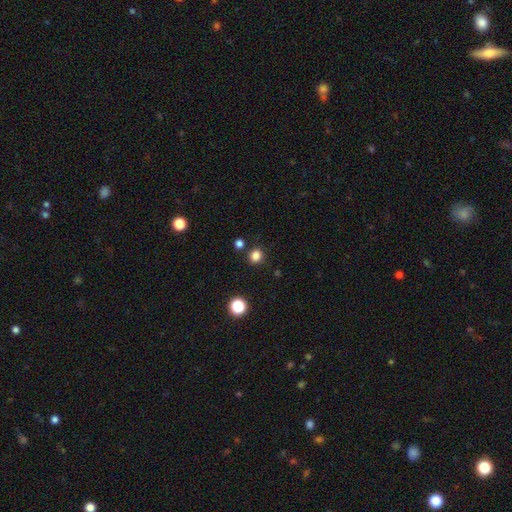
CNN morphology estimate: smooth 82%, star or artifact 14%, featured or disk 4%. Down the decision tree: how rounded — round (86%); merging — none (86%).